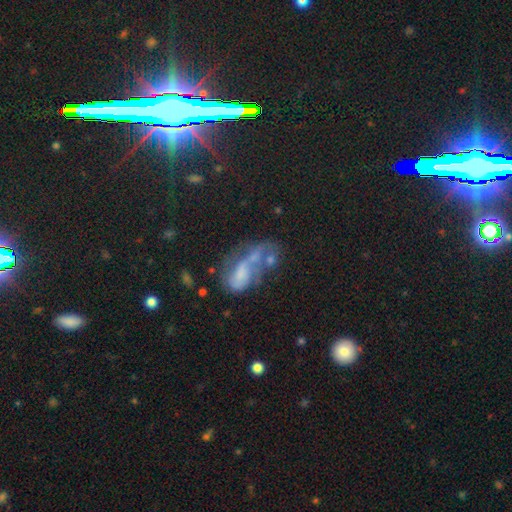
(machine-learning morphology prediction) smooth_or_featured: featured or disk (p=0.46) [alt: smooth p=0.38]
merging: merger (p=0.37) [alt: major disturbance p=0.31]